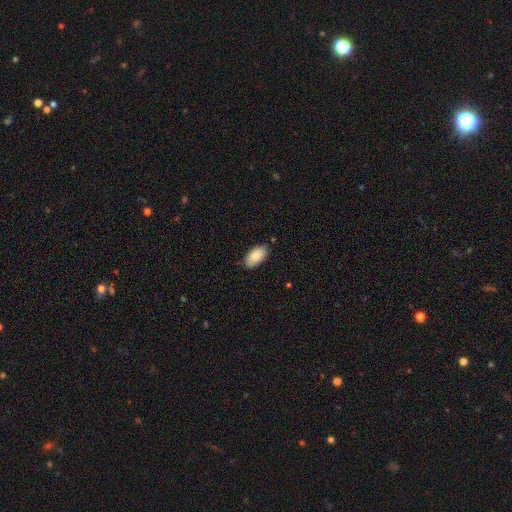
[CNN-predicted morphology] Smooth or featured: smooth — 86% (featured or disk — 7%)
How rounded: in between — 95% (cigar-shaped — 3%)
Merging: none — 83% (minor disturbance — 13%)